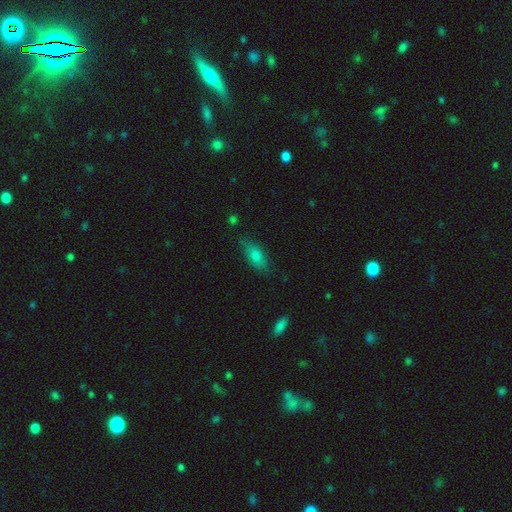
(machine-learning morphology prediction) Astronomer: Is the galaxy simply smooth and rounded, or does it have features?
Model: smooth — 74%.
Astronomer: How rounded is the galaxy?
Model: in between — 76%.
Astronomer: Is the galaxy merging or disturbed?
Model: none — 79%.